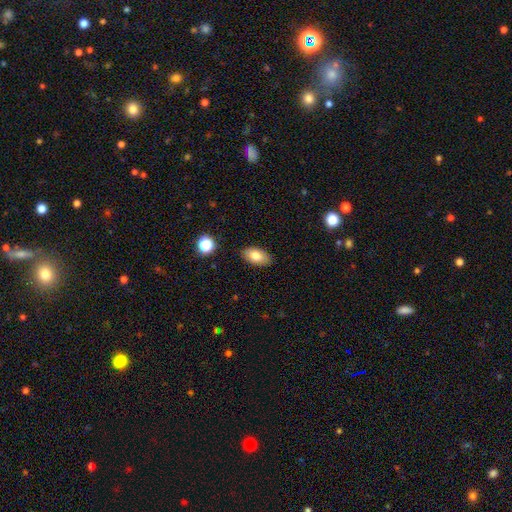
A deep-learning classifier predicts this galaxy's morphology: A smooth galaxy with no disk features (80%) that is in between round and cigar-shaped (92%).

Vote fractions:
- Smooth or featured? smooth: 80% / featured or disk: 12% / star or artifact: 8%
- How rounded? in between: 92% / round: 6% / cigar-shaped: 2%
- Merging? none: 86% / minor disturbance: 11% / major disturbance: 2% / merger: 1%